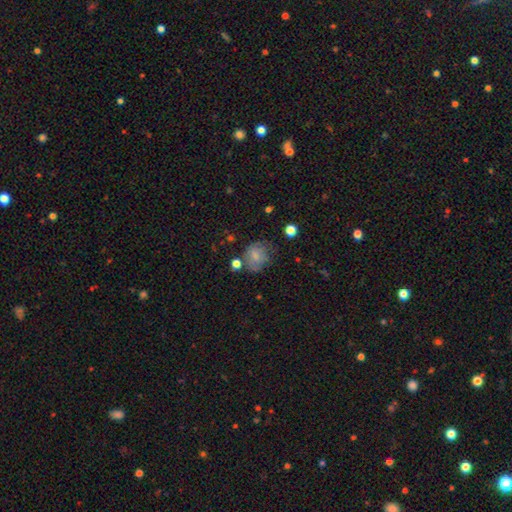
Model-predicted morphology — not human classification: type=smooth (72%); roundness=round (68%); merging=none (52%).